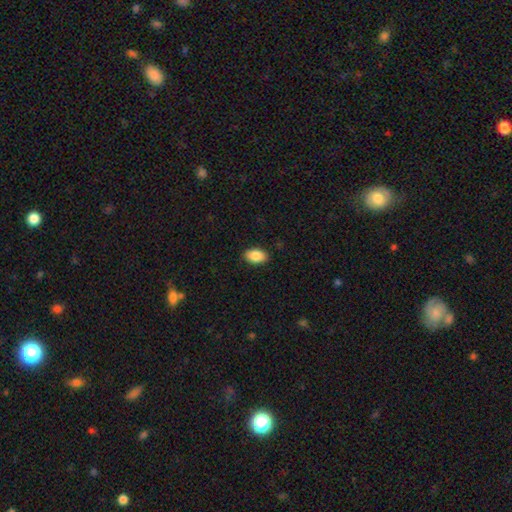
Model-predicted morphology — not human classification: Smooth or featured? smooth (87%)
How rounded? in between (91%)
Merging? none (88%)